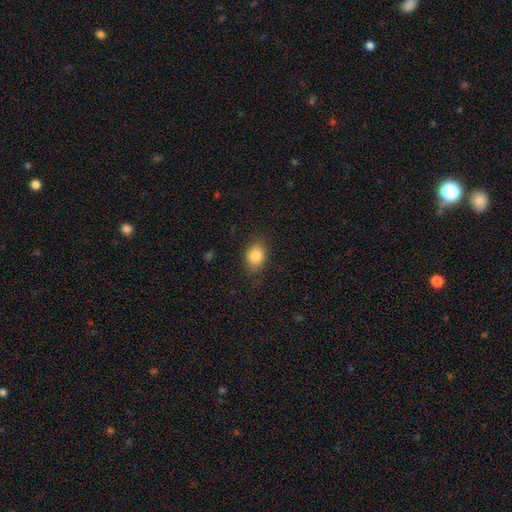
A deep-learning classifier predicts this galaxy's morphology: Q: Smooth or featured?
A: smooth (85%); runner-up: star or artifact (9%)
Q: How rounded?
A: in between (63%); runner-up: round (35%)
Q: Merging?
A: none (80%); runner-up: minor disturbance (15%)